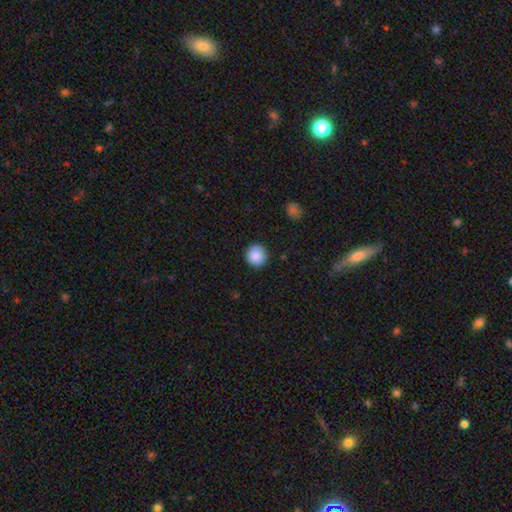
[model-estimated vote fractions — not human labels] Smooth or featured? Predicted: smooth (p=0.88). How rounded? Predicted: round (p=0.93). Merging? Predicted: none (p=0.91).